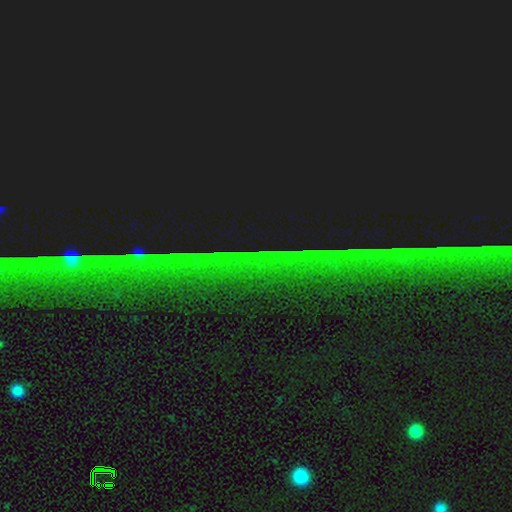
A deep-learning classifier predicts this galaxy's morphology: Smooth or featured? star or artifact (85%)